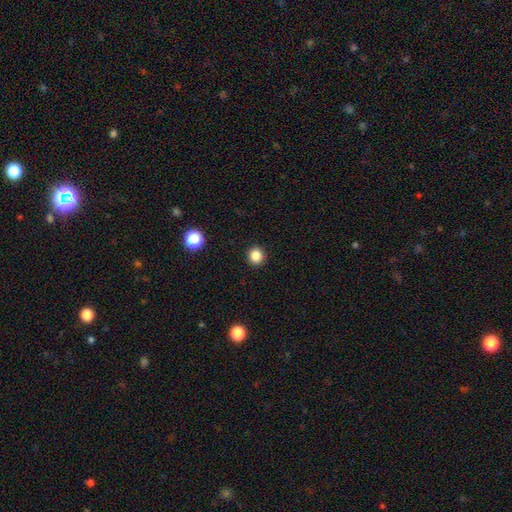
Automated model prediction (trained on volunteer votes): A smooth galaxy with no disk features (85%) that is round (92%). Merging: none (93%).